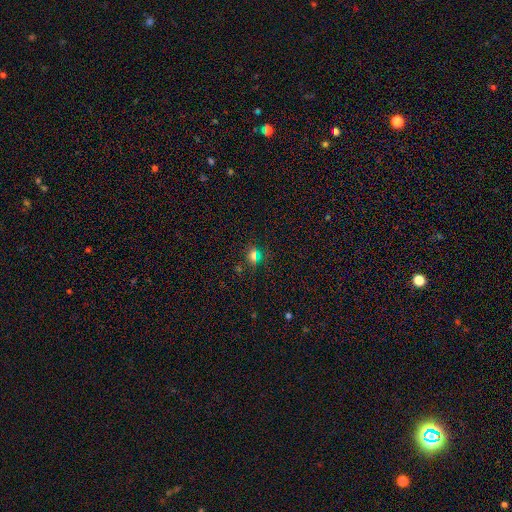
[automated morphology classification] Smooth or featured?
  - smooth: 63% *
  - star or artifact: 28%
  - featured or disk: 10%
How rounded?
  - round: 54% *
  - in between: 42%
  - cigar-shaped: 4%
Merging?
  - none: 80% *
  - minor disturbance: 12%
  - major disturbance: 4%
  - merger: 4%